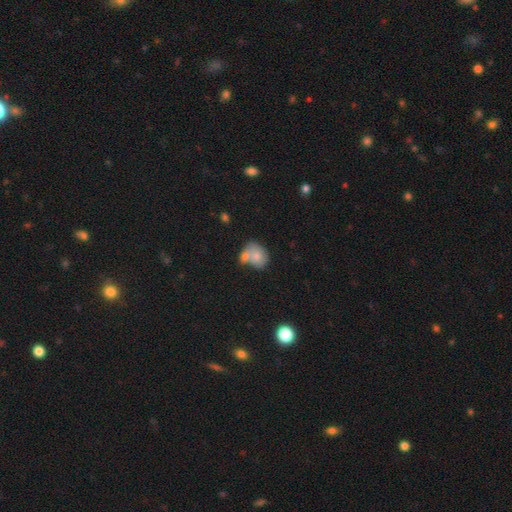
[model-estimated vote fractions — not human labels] Smooth or featured? Predicted: smooth (p=0.71). How rounded? Predicted: round (p=0.51). Merging? Predicted: merger (p=0.50).